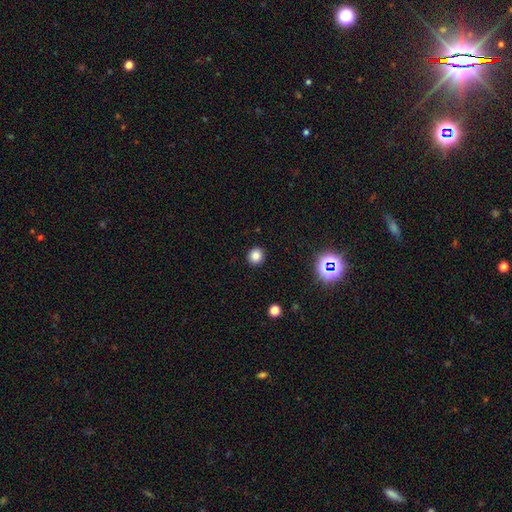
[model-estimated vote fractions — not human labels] This appears to be a smooth galaxy with no disk features (81%) that is round (91%). Merging: none (92%).